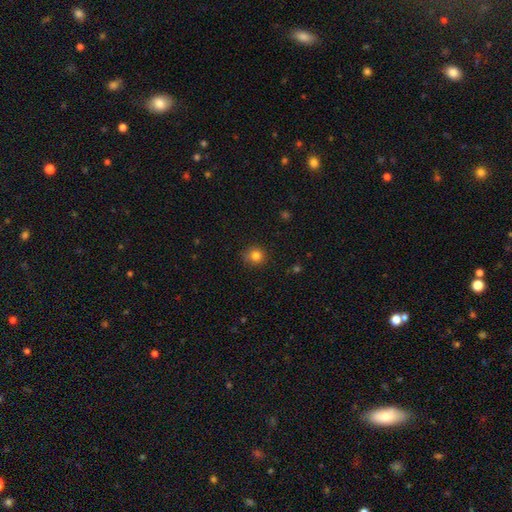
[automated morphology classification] A smooth galaxy with no disk features (83%) that is round (90%). Merging: none (84%).